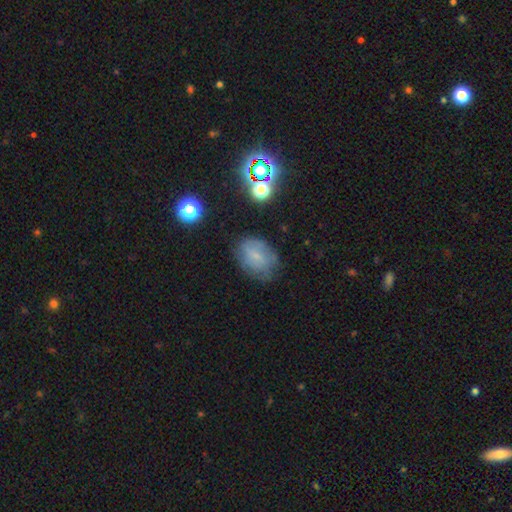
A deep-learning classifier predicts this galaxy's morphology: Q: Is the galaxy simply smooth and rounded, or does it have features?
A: smooth — 51%.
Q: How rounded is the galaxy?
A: in between — 67%.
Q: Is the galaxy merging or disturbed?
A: none — 65%.